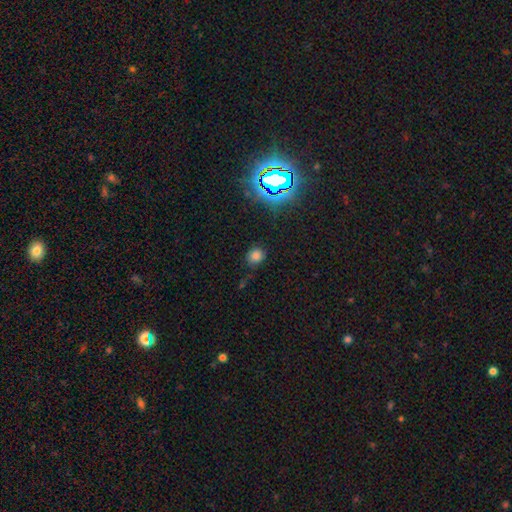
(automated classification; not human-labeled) Overall: smooth (74%). How rounded: round (77%). Merging: none (77%).